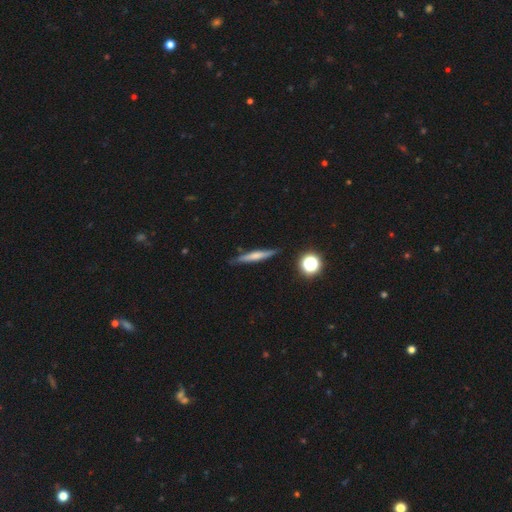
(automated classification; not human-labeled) Smooth or featured? Predicted: smooth (p=0.49). Merging? Predicted: none (p=0.85).